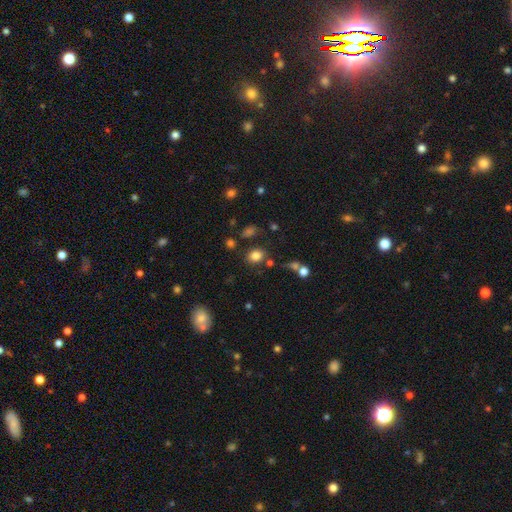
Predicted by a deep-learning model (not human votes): The model was most divided on "how rounded": round: 50%, in between: 49%, cigar-shaped: 1%. More confident: smooth or featured — smooth (81%); merging — none (77%).